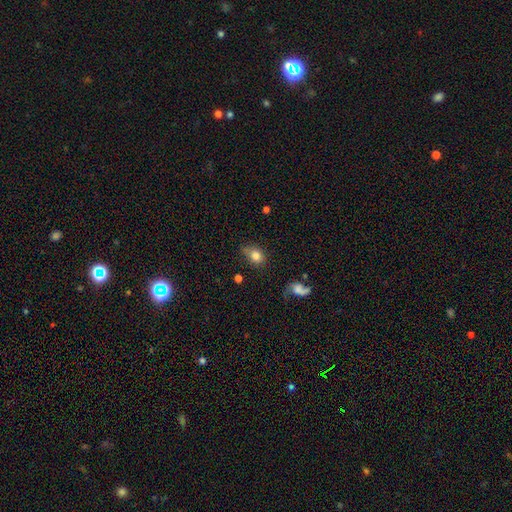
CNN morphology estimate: Smooth or featured? smooth (80%)
How rounded? in between (59%)
Merging? none (57%)